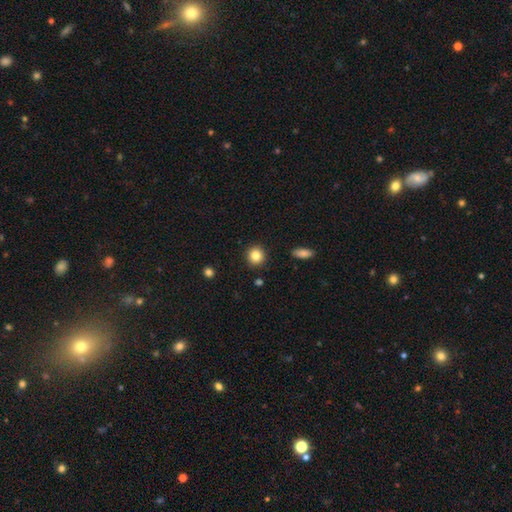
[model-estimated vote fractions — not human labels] Smooth or featured?
  - smooth: 85% *
  - star or artifact: 10%
  - featured or disk: 5%
How rounded?
  - round: 90% *
  - in between: 9%
  - cigar-shaped: 1%
Merging?
  - none: 91% *
  - minor disturbance: 6%
  - major disturbance: 2%
  - merger: 2%